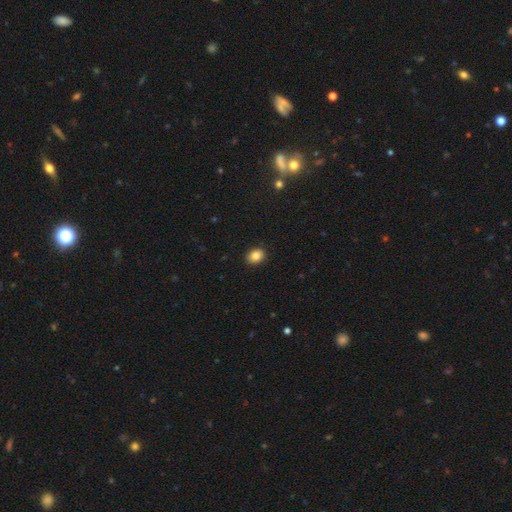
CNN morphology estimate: A smooth galaxy with no disk features (86%) that is in between round and cigar-shaped (56%). Merging: none (90%).